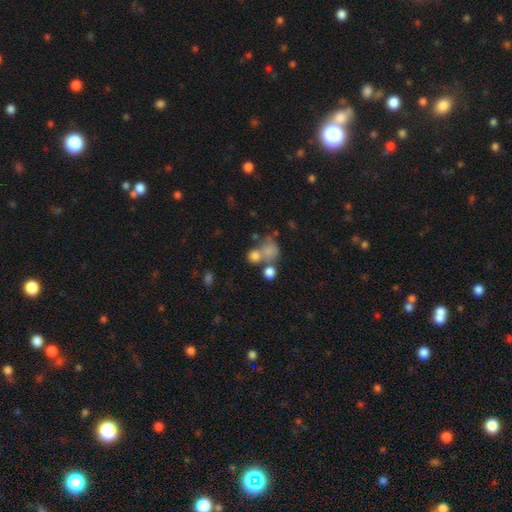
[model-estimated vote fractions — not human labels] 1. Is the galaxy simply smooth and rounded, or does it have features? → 72% smooth, 14% star or artifact, 13% featured or disk.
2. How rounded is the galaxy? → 72% round, 27% in between, 1% cigar-shaped.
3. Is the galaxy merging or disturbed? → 44% merger, 39% none, 10% minor disturbance, 7% major disturbance.